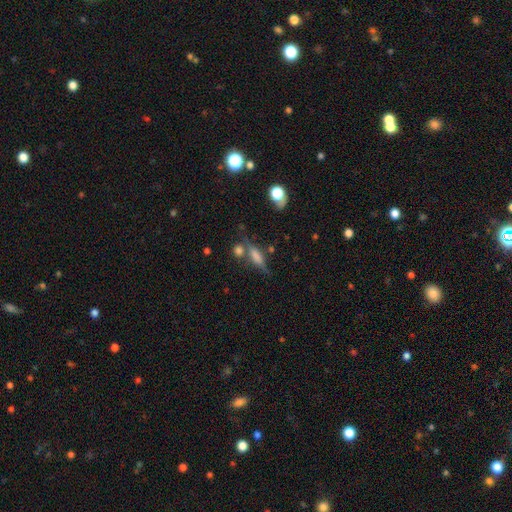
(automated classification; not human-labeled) The model was most divided on "smooth or featured": smooth: 52%, featured or disk: 33%, star or artifact: 15%. More confident: how rounded — cigar-shaped (60%); merging — none (56%).